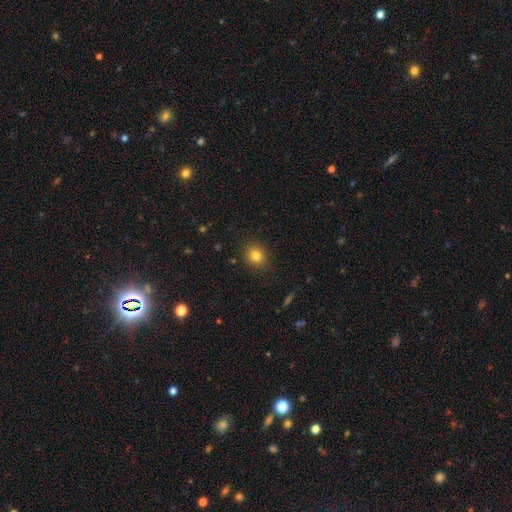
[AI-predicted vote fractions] Smooth or featured: smooth — 81% (star or artifact — 12%)
How rounded: round — 76% (in between — 23%)
Merging: none — 89% (minor disturbance — 7%)